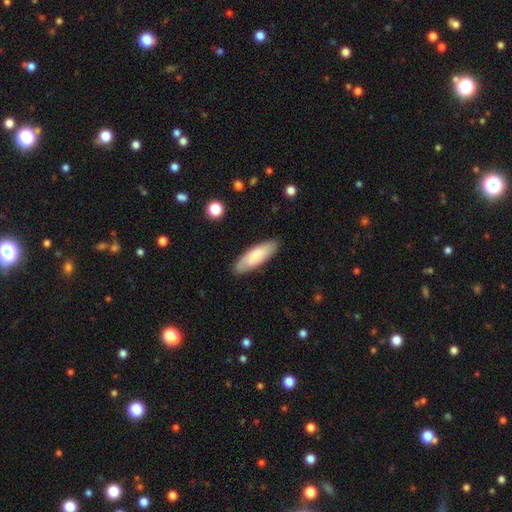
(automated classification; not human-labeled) A smooth galaxy with no disk features (77%) that is in between round and cigar-shaped (54%). Merging: none (85%).